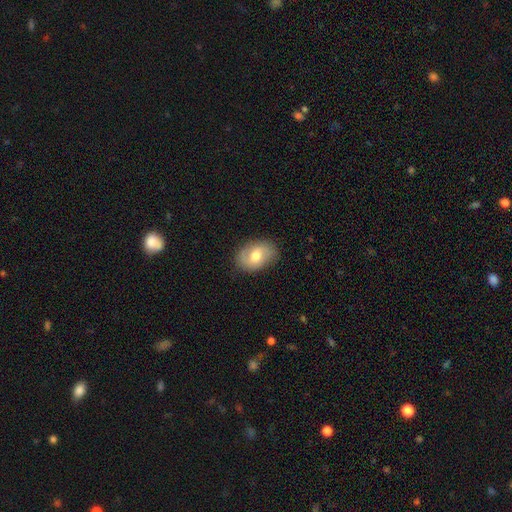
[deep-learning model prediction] This is possibly a smooth galaxy (54%). How rounded: clearly in between (81%). Merging: clearly none (81%).